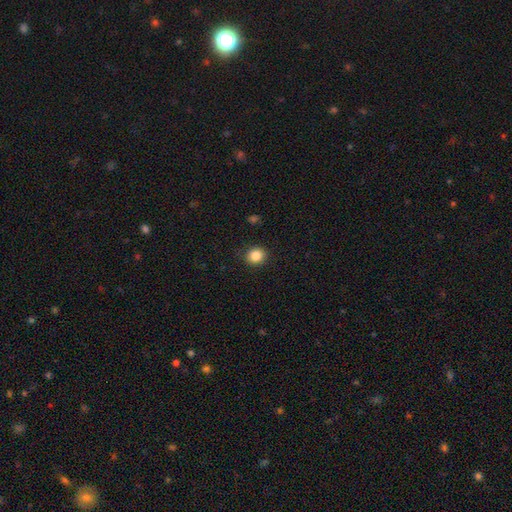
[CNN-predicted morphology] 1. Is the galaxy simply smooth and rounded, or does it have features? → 85% smooth, 11% star or artifact, 4% featured or disk.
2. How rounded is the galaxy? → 83% round, 16% in between, 1% cigar-shaped.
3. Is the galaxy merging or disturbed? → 90% none, 7% minor disturbance, 2% major disturbance, 1% merger.